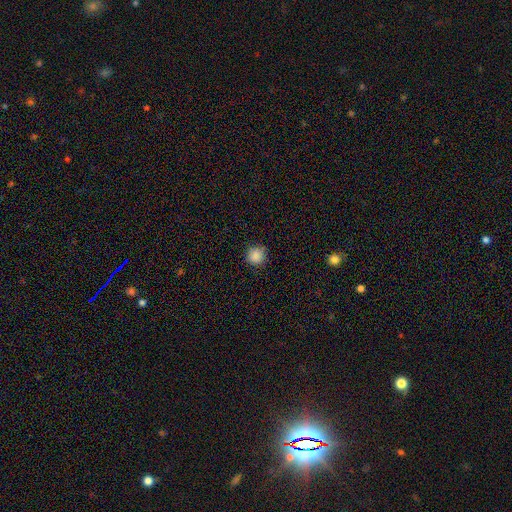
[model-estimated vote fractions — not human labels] Q: Smooth or featured?
A: smooth (87%); runner-up: star or artifact (10%)
Q: How rounded?
A: round (94%); runner-up: in between (5%)
Q: Merging?
A: none (88%); runner-up: minor disturbance (9%)